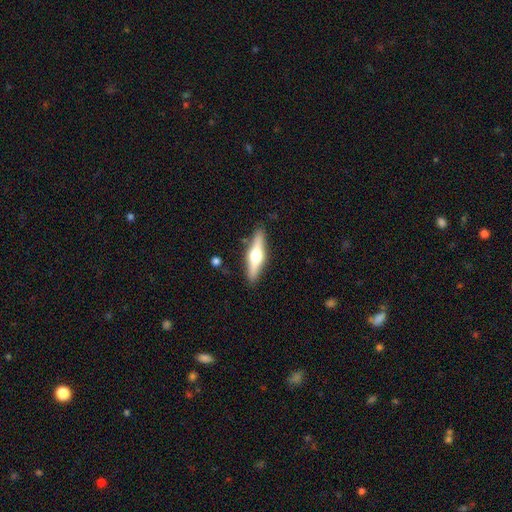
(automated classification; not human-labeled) The model was most divided on "smooth or featured": featured or disk: 61%, smooth: 33%, star or artifact: 5%. More confident: edge-on disk — yes (95%); edge-on bulge — rounded (94%); merging — none (88%).